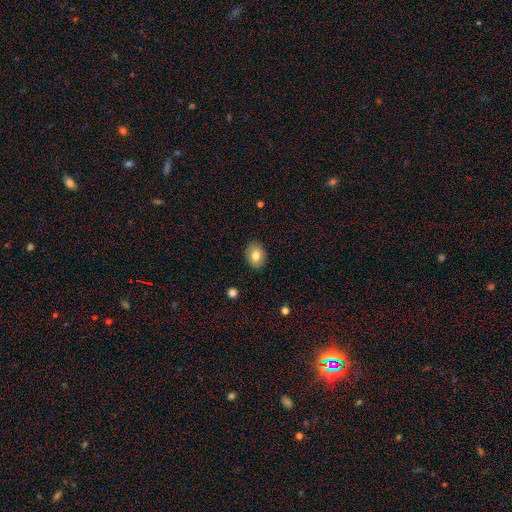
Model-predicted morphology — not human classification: smooth 80%, featured or disk 12%, star or artifact 8%. Down the decision tree: how rounded — in between (65%); merging — none (88%).